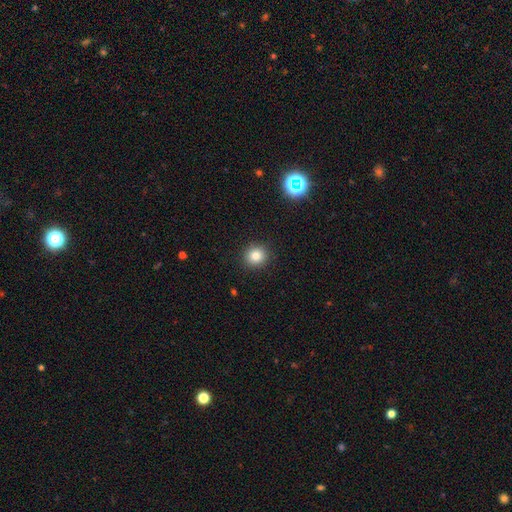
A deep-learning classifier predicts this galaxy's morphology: smooth_or_featured: smooth (p=0.83) [alt: star or artifact p=0.12]
how_rounded: round (p=0.89) [alt: in between p=0.10]
merging: none (p=0.91) [alt: minor disturbance p=0.06]